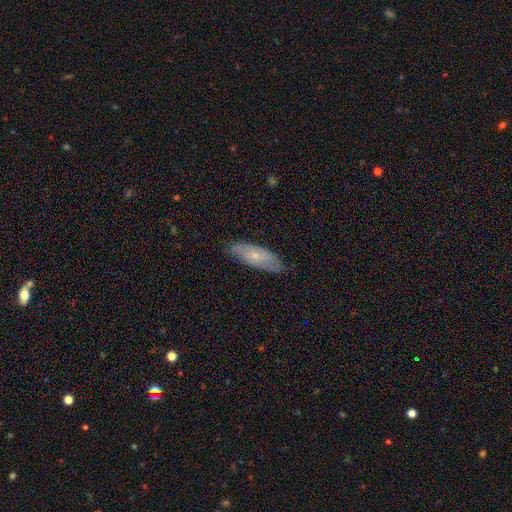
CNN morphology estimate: Smooth or featured? smooth (48%)
Merging? none (78%)